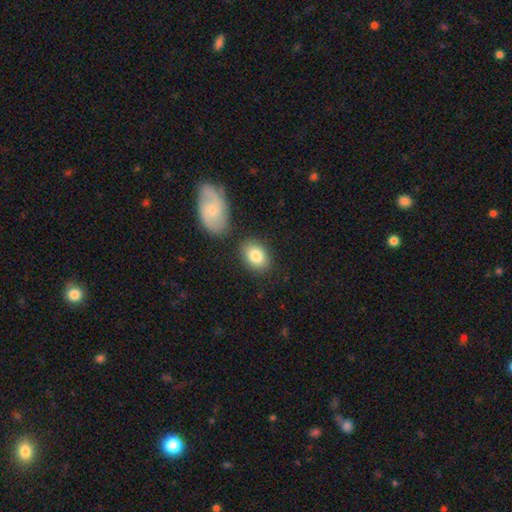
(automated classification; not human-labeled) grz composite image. It shows a smooth galaxy with no disk features (84%) that is in between round and cigar-shaped (75%). Merging: none (78%).